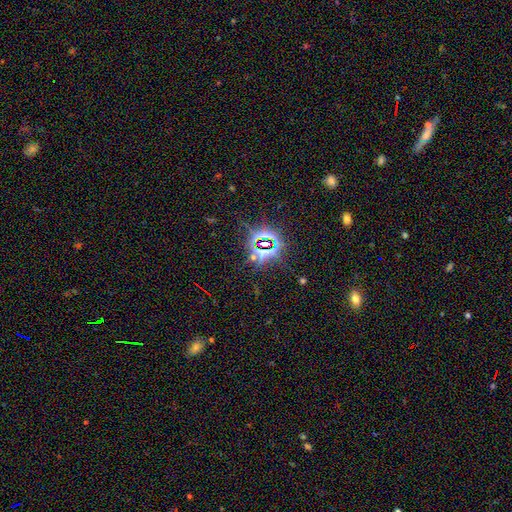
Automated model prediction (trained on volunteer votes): Q: Smooth or featured?
A: star or artifact (82%); runner-up: smooth (10%)